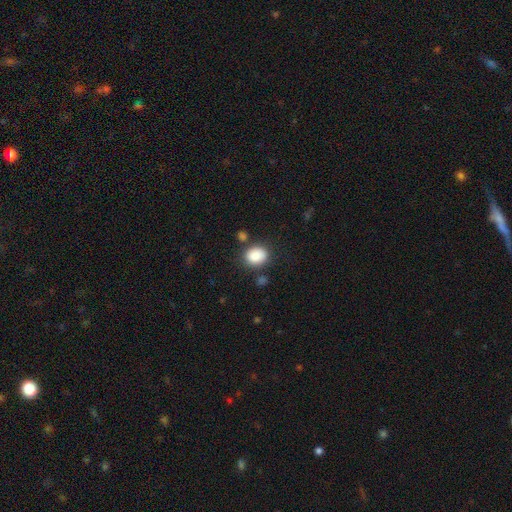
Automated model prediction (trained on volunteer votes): Smooth or featured: smooth — 88% (star or artifact — 8%)
How rounded: round — 51% (in between — 48%)
Merging: none — 76% (minor disturbance — 13%)